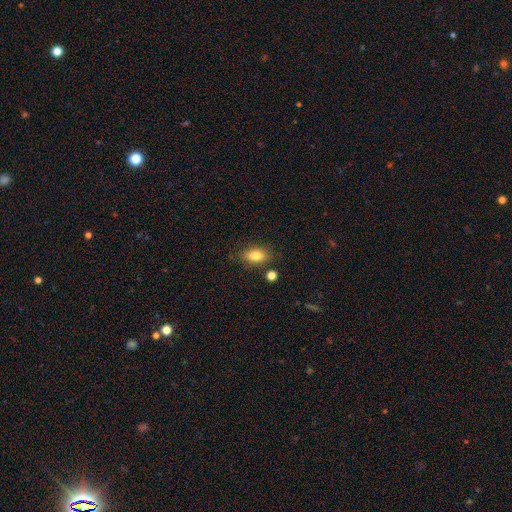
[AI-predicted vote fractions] Smooth or featured? Predicted: smooth (p=0.80). How rounded? Predicted: in between (p=0.85). Merging? Predicted: none (p=0.79).